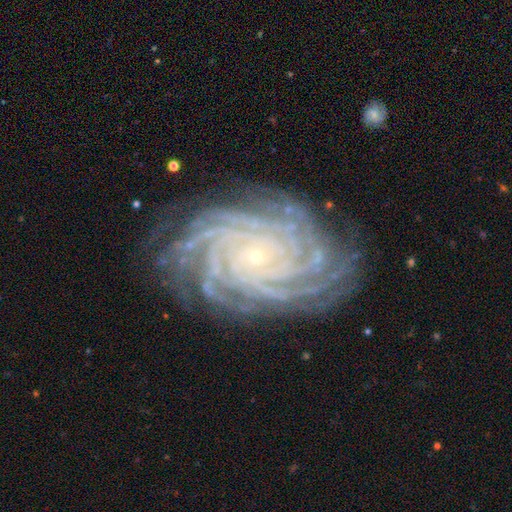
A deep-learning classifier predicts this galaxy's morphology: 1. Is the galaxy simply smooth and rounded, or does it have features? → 92% featured or disk, 5% star or artifact, 3% smooth.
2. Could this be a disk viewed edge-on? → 98% no, 2% yes.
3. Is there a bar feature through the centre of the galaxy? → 73% no, 17% weak, 10% strong.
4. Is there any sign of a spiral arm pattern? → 99% yes, 1% no.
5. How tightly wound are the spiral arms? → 88% tight, 10% medium, 2% loose.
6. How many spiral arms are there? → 46% more than 4, 20% 4, 10% can't tell, 8% 3, 8% 2, 8% 1.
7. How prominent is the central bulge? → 87% small, 9% moderate, 1% none, 1% large, 1% dominant.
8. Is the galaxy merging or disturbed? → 83% none, 12% minor disturbance, 4% major disturbance, 1% merger.